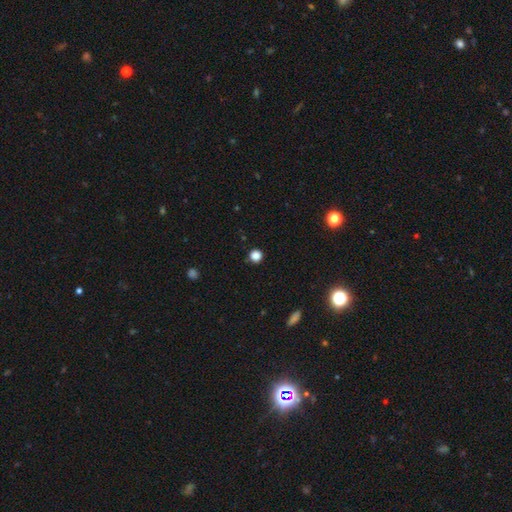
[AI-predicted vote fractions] This is clearly a smooth galaxy (83%). How rounded: clearly round (94%). Merging: clearly none (90%).